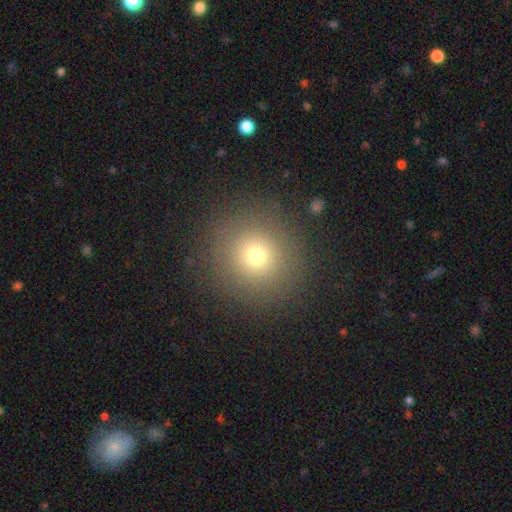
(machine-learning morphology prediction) The model was most divided on "smooth or featured": smooth: 72%, star or artifact: 17%, featured or disk: 12%. More confident: how rounded — round (95%); merging — none (89%).